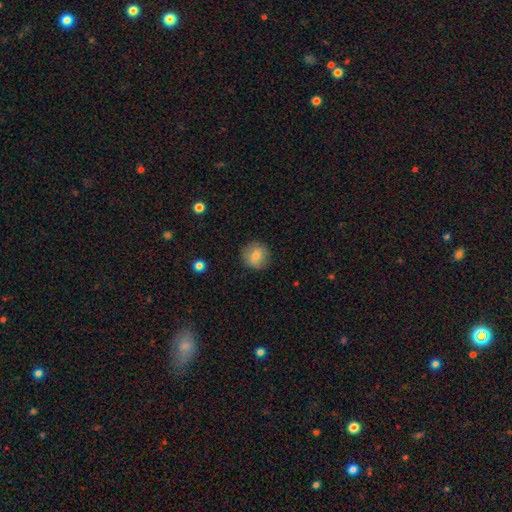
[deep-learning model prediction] Smooth or featured? smooth (80%)
How rounded? round (91%)
Merging? none (88%)